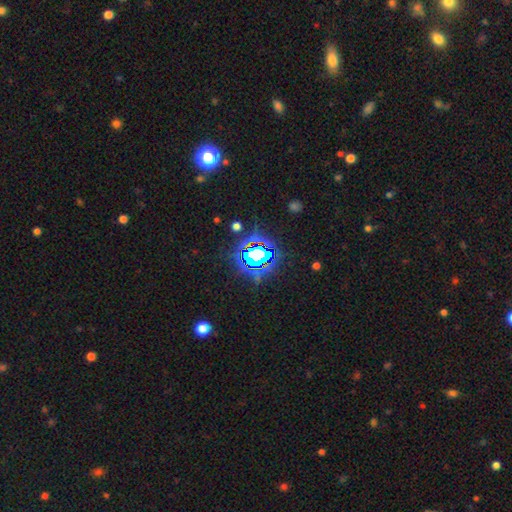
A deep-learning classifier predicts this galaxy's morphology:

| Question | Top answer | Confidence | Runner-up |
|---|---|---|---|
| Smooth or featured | star or artifact | 76% | smooth (13%) |